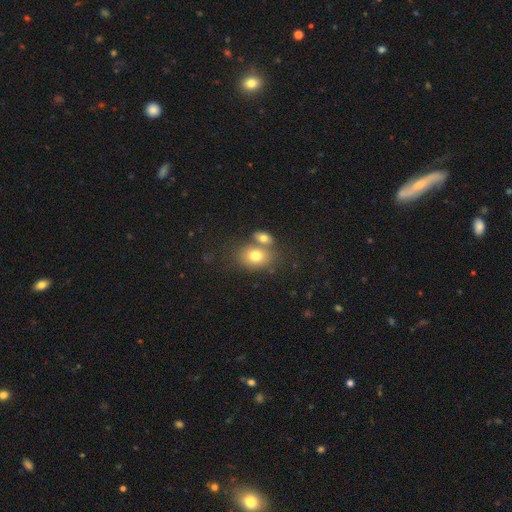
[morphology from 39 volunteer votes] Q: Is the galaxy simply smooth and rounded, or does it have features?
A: smooth — 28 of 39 (72%).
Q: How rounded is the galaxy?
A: in between — 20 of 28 (71%).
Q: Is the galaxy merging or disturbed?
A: merger — 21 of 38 (55%).